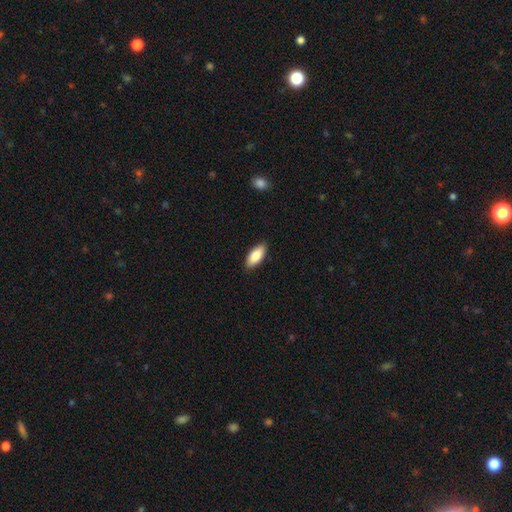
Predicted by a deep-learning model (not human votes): smooth 86%, featured or disk 9%, star or artifact 6%. Down the decision tree: how rounded — in between (86%); merging — none (89%).